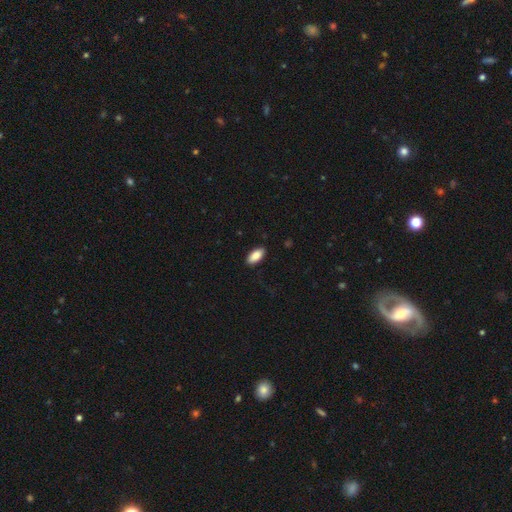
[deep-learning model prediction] Smooth or featured?
  - smooth: 88% *
  - star or artifact: 6%
  - featured or disk: 6%
How rounded?
  - in between: 91% *
  - cigar-shaped: 7%
  - round: 2%
Merging?
  - none: 88% *
  - minor disturbance: 9%
  - major disturbance: 2%
  - merger: 1%